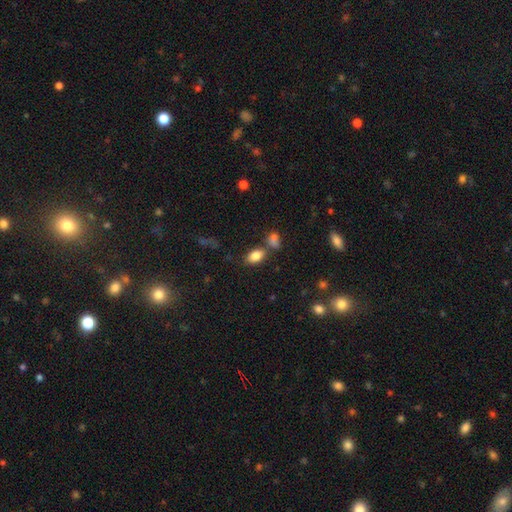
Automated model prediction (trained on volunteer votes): smooth_or_featured: smooth (p=0.83) [alt: star or artifact p=0.09]
how_rounded: in between (p=0.90) [alt: round p=0.08]
merging: none (p=0.69) [alt: merger p=0.15]